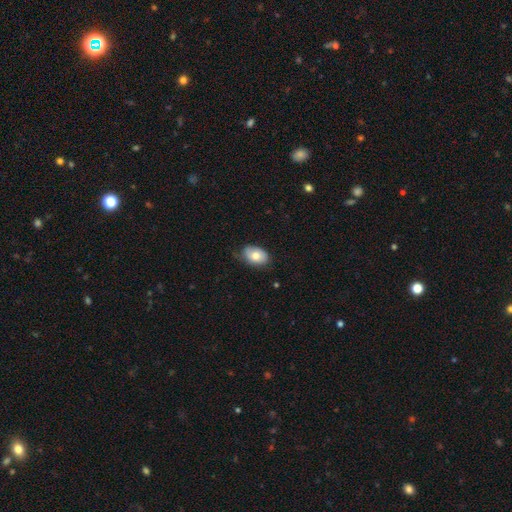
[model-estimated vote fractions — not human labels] A smooth galaxy with no disk features (76%) that is in between round and cigar-shaped (85%). Merging: none (69%).